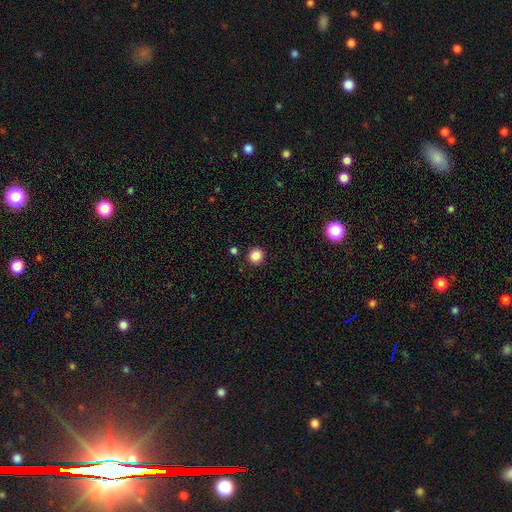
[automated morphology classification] This is clearly a smooth galaxy (86%). How rounded: clearly round (93%). Merging: clearly none (91%).